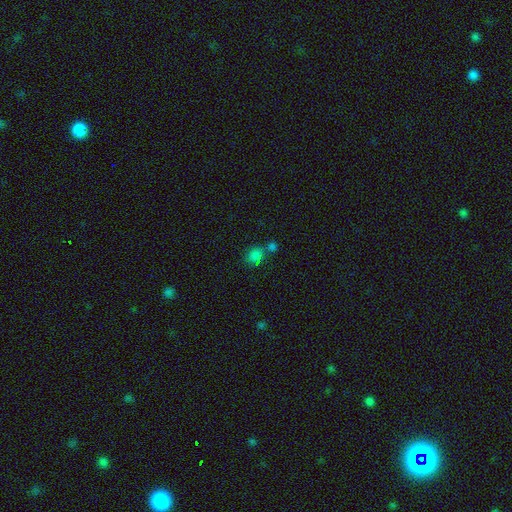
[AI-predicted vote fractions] This appears to be a smooth galaxy with no disk features (69%) that is round (61%). Merging: none (50%).